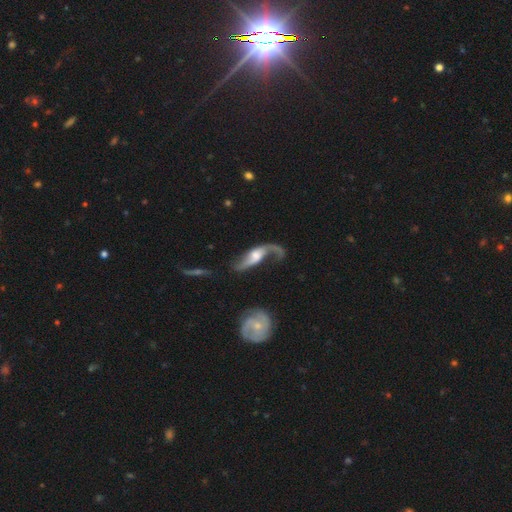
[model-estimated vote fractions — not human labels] smooth_or_featured: featured or disk (p=0.80) [alt: smooth p=0.14]
disk_edge_on: no (p=0.88) [alt: yes p=0.12]
bar: no (p=0.47) [alt: weak p=0.38]
has_spiral_arms: yes (p=0.91) [alt: no p=0.09]
spiral_winding: loose (p=0.83) [alt: medium p=0.13]
spiral_arm_count: 2 (p=0.72) [alt: 1 p=0.22]
bulge_size: moderate (p=0.49) [alt: small p=0.25]
merging: none (p=0.42) [alt: major disturbance p=0.33]